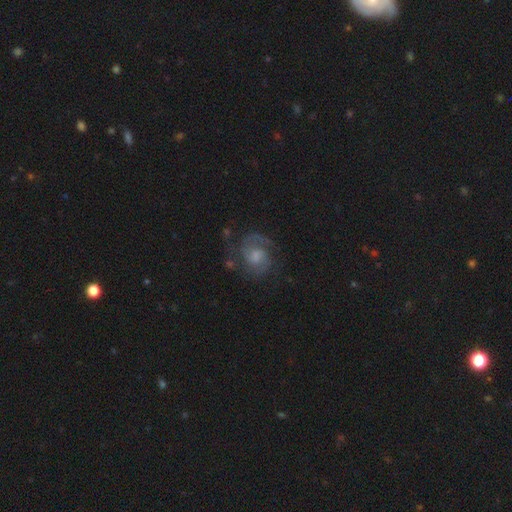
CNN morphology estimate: The model was most divided on "spiral winding": medium: 48%, tight: 38%, loose: 14%. Remaining: edge-on disk — no (98%); spiral arms — yes (95%); smooth or featured — featured or disk (79%); spiral arm count — 2 (76%); merging — none (72%); bar — no (60%); bulge size — moderate (41%).